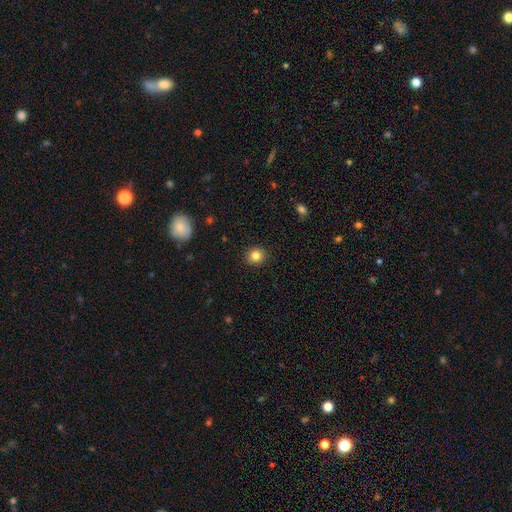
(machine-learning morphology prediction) This is clearly a smooth galaxy (84%). How rounded: clearly round (87%). Merging: clearly none (91%).